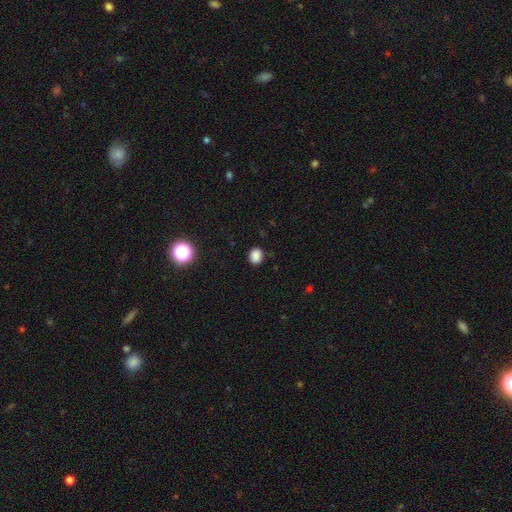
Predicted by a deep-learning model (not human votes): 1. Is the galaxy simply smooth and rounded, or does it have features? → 85% smooth, 12% star or artifact, 3% featured or disk.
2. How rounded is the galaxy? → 58% round, 41% in between, 1% cigar-shaped.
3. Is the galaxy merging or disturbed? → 87% none, 10% minor disturbance, 2% major disturbance, 1% merger.